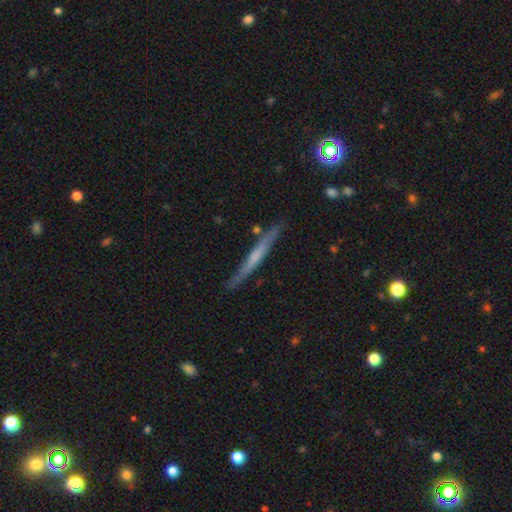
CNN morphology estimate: Smooth or featured?
  - featured or disk: 59% *
  - smooth: 35%
  - star or artifact: 6%
Edge-on disk?
  - yes: 96% *
  - no: 4%
Edge-on bulge?
  - none: 61% *
  - rounded: 29%
  - boxy: 10%
Merging?
  - none: 85% *
  - minor disturbance: 11%
  - merger: 2%
  - major disturbance: 2%